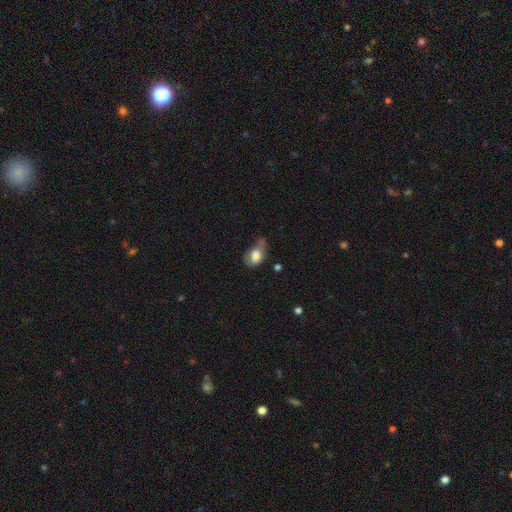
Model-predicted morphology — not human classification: Overall: smooth (72%). How rounded: in between (81%). Merging: minor disturbance (35%; none 28%).